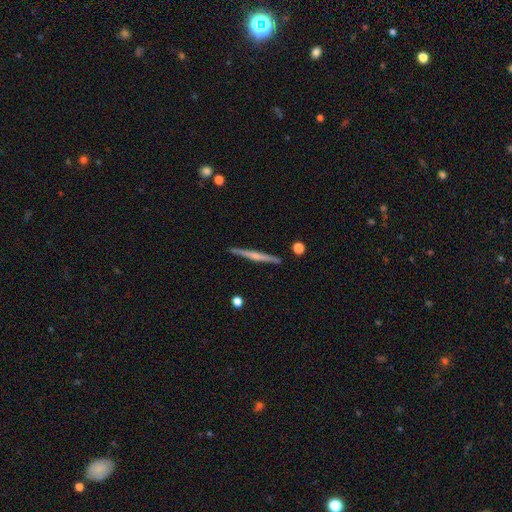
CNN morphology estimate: This is likely a featured or disk galaxy (62%). It is clearly viewed edge-on (98%). Edge-on bulge: possibly rounded (51%). Merging: clearly none (91%).